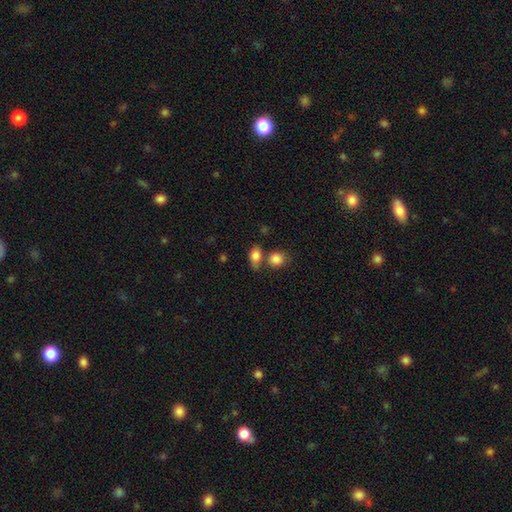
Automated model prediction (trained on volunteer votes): smooth-or-featured: smooth: 82% | featured or disk: 9% | star or artifact: 9%
  how-rounded: in between: 74% | round: 22% | cigar-shaped: 4%
  merging: none: 53% | merger: 27% | minor disturbance: 15% | major disturbance: 5%